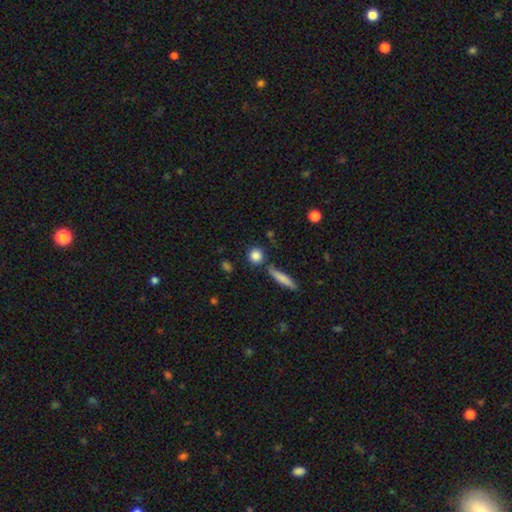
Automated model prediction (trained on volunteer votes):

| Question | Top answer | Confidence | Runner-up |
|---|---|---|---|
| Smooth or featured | smooth | 84% | star or artifact (9%) |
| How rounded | round | 82% | in between (11%) |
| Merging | none | 79% | minor disturbance (10%) |